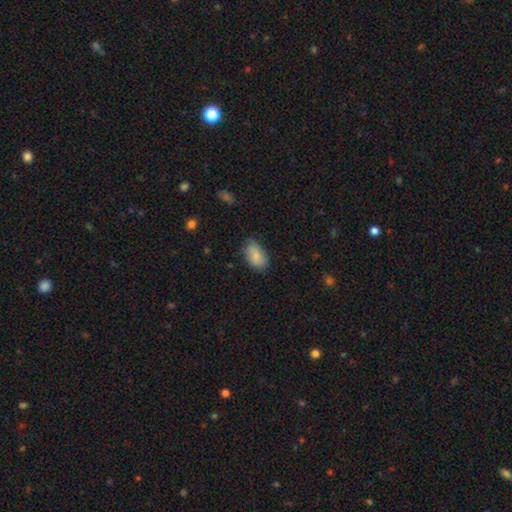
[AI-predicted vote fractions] A smooth galaxy with no disk features (79%) that is in between round and cigar-shaped (92%). Merging: none (75%).